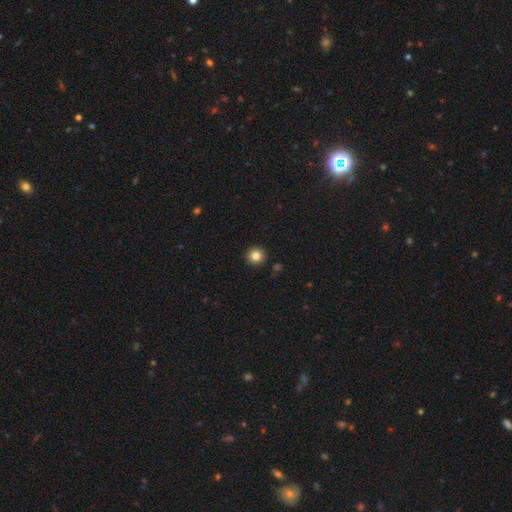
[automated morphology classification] This is clearly a smooth galaxy (83%). How rounded: clearly round (95%). Merging: clearly none (93%).